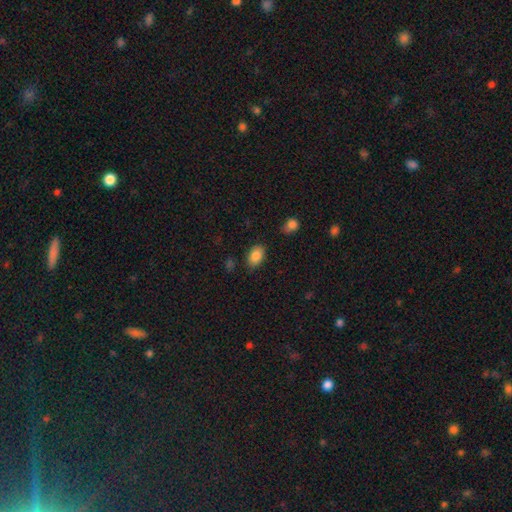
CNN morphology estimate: A smooth galaxy with no disk features (85%) that is in between round and cigar-shaped (87%).

Vote fractions:
- Smooth or featured? smooth: 85% / star or artifact: 8% / featured or disk: 7%
- How rounded? in between: 87% / round: 12% / cigar-shaped: 1%
- Merging? none: 80% / minor disturbance: 14% / major disturbance: 3% / merger: 3%